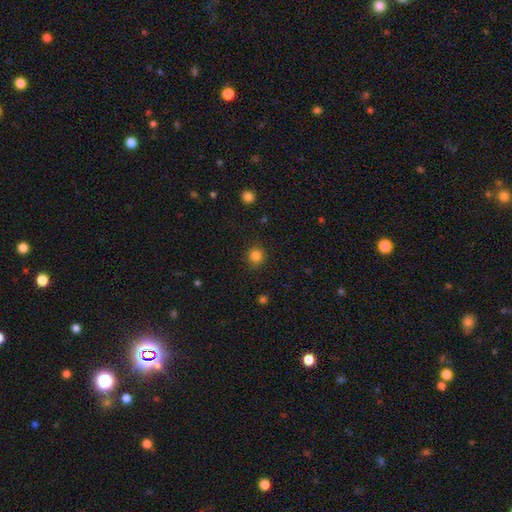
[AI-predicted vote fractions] smooth-or-featured: smooth: 83% | star or artifact: 13% | featured or disk: 4%
  how-rounded: round: 93% | in between: 6% | cigar-shaped: 1%
  merging: none: 90% | minor disturbance: 7% | major disturbance: 2% | merger: 1%